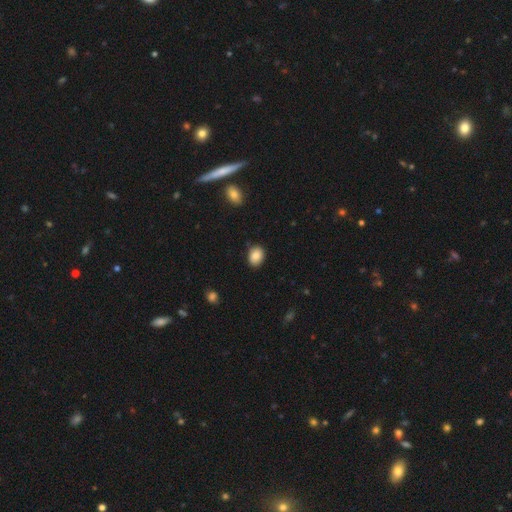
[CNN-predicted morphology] smooth-or-featured: smooth: 86% | star or artifact: 8% | featured or disk: 6%
  how-rounded: in between: 62% | round: 37% | cigar-shaped: 1%
  merging: none: 84% | minor disturbance: 12% | major disturbance: 2% | merger: 1%